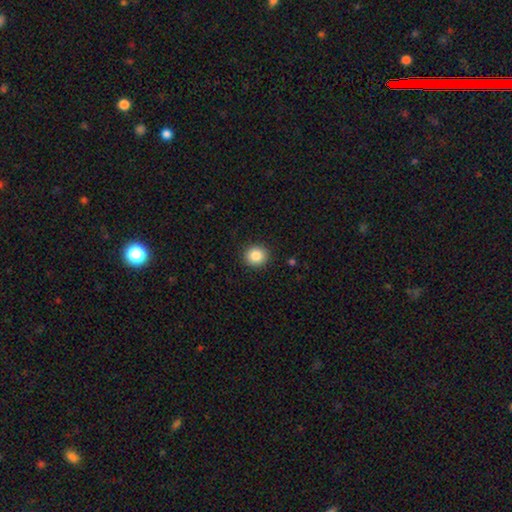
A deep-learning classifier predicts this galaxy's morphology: smooth 85%, star or artifact 9%, featured or disk 5%. Down the decision tree: how rounded — round (86%); merging — none (91%).